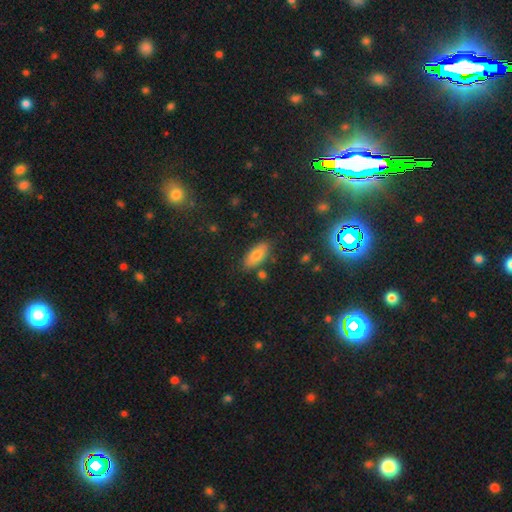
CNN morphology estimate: Smooth or featured? smooth (79%)
How rounded? in between (89%)
Merging? none (80%)